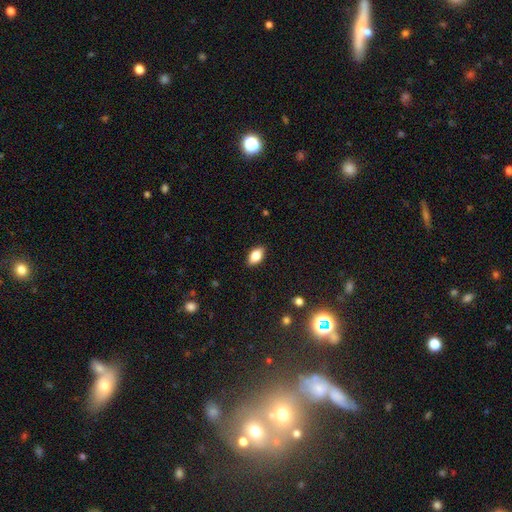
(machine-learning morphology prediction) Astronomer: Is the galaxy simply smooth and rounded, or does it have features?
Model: smooth — 80%.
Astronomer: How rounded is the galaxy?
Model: in between — 89%.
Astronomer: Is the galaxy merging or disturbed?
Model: none — 87%.